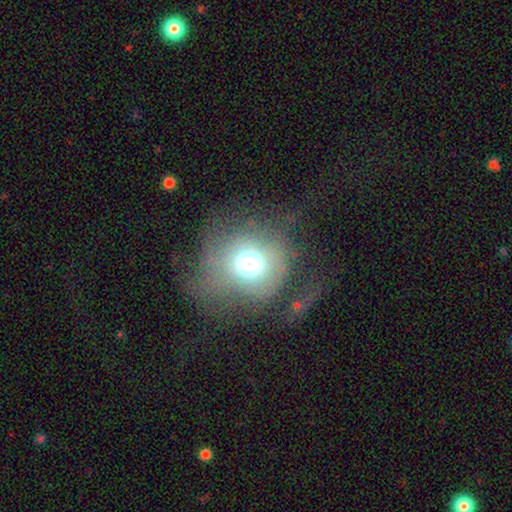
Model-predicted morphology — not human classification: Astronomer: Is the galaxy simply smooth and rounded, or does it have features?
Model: smooth — 49% (runner-up: featured or disk, 34%).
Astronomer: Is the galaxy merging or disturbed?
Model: none — 47% (runner-up: major disturbance, 28%).